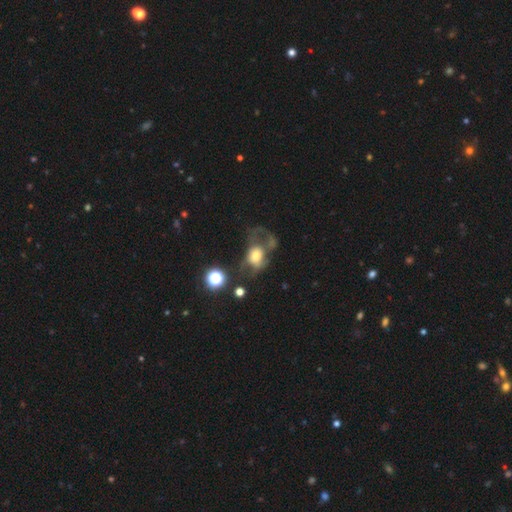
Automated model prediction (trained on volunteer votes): smooth_or_featured: smooth (p=0.47) [alt: featured or disk p=0.41]
merging: major disturbance (p=0.53) [alt: none p=0.22]